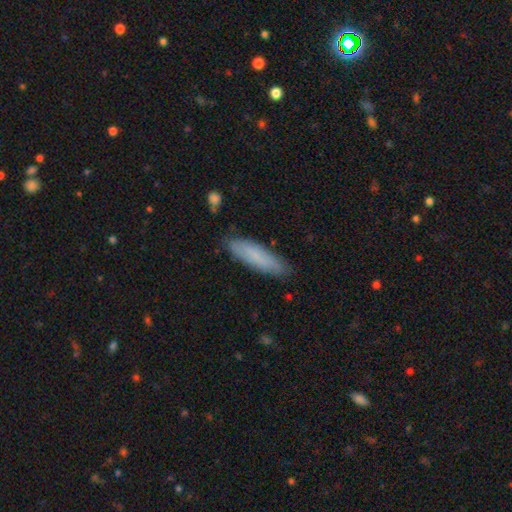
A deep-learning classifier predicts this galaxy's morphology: Smooth or featured? smooth (77%)
How rounded? cigar-shaped (68%)
Merging? none (82%)